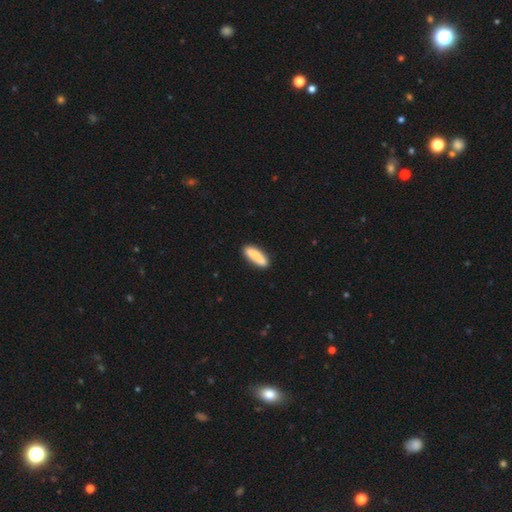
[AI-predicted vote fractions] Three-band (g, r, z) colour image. It shows a smooth galaxy with no disk features (81%) that is cigar-shaped (58%). Merging: none (83%).